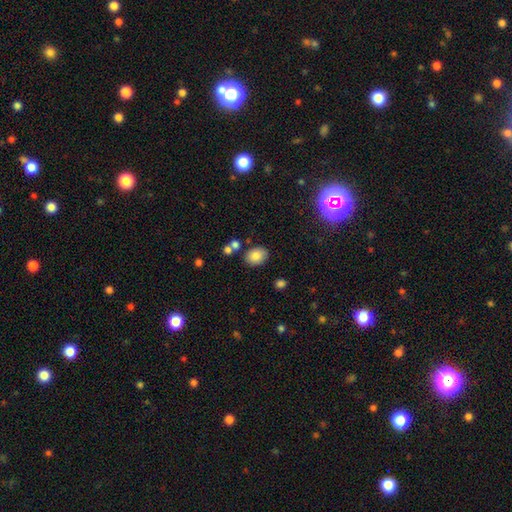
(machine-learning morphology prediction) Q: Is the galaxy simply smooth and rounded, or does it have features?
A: smooth — 82%.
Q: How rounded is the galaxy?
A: in between — 72%.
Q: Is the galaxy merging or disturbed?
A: none — 78%.